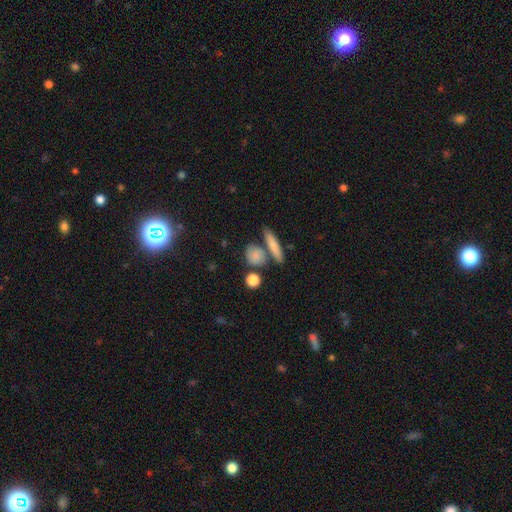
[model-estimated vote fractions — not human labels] Smooth or featured? smooth (81%)
How rounded? round (54%)
Merging? none (66%)